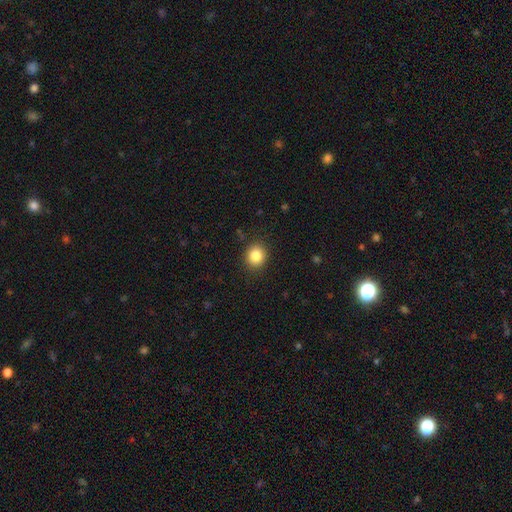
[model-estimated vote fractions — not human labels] smooth_or_featured: smooth (p=0.84) [alt: star or artifact p=0.10]
how_rounded: round (p=0.76) [alt: in between p=0.23]
merging: none (p=0.89) [alt: minor disturbance p=0.08]